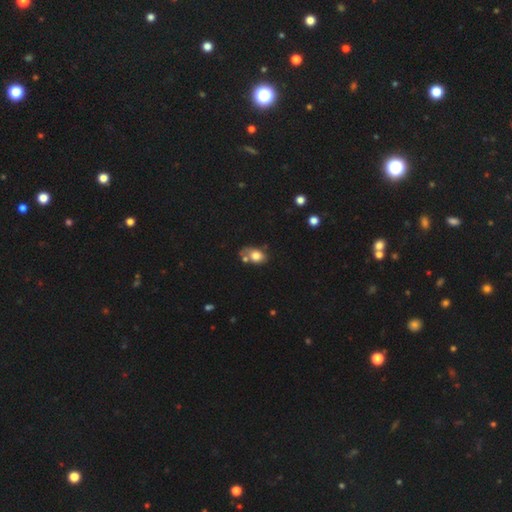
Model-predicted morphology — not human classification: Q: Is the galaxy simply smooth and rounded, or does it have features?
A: smooth — 74%.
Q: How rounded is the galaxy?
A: in between — 72%.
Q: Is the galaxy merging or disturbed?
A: none — 41%.